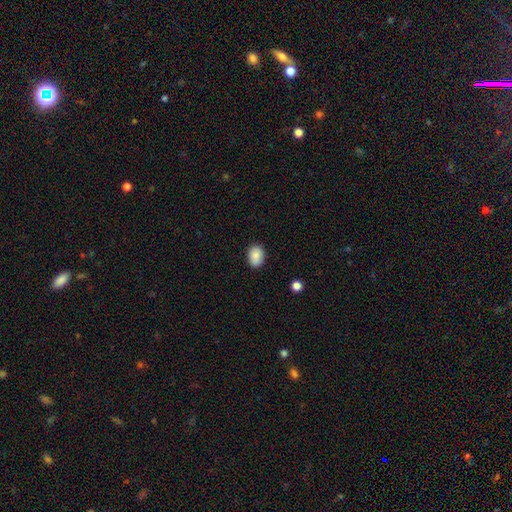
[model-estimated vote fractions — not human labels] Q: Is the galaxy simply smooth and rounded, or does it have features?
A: smooth — 87%.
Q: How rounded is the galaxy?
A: in between — 73%.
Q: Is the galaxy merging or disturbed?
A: none — 85%.